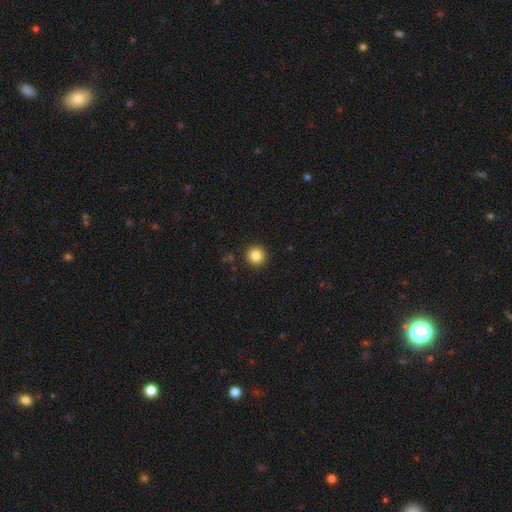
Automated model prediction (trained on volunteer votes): Morphology: type=smooth (84%); roundness=round (95%); merging=none (92%).